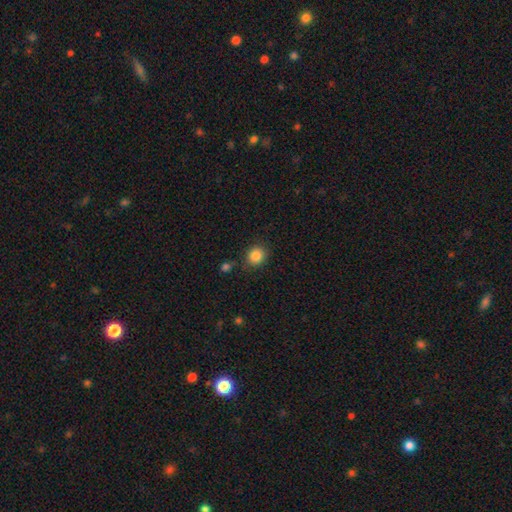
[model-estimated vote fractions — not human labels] A smooth galaxy with no disk features (85%) that is round (79%).

Vote fractions:
- Smooth or featured? smooth: 85% / star or artifact: 10% / featured or disk: 5%
- How rounded? round: 79% / in between: 20% / cigar-shaped: 1%
- Merging? none: 83% / minor disturbance: 10% / merger: 4% / major disturbance: 3%